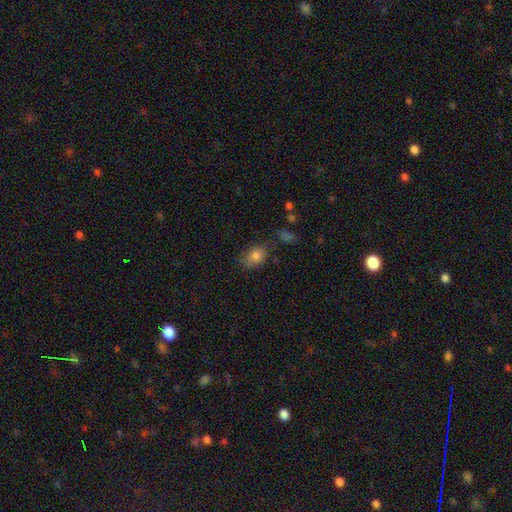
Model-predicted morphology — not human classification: smooth 81%, star or artifact 10%, featured or disk 9%. Down the decision tree: how rounded — in between (75%); merging — none (60%).